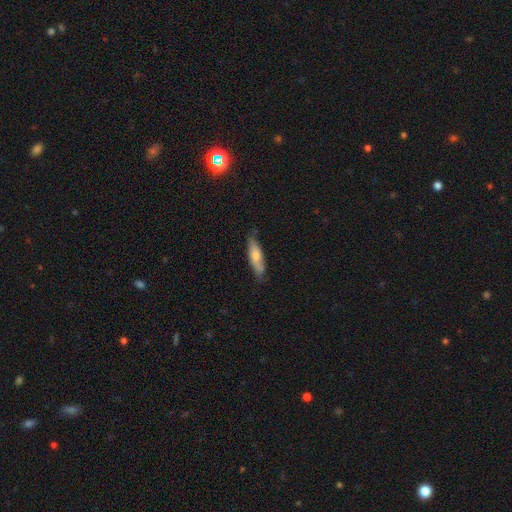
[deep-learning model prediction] smooth_or_featured: smooth (p=0.65) [alt: featured or disk p=0.30]
how_rounded: cigar-shaped (p=0.64) [alt: in between p=0.35]
merging: none (p=0.74) [alt: minor disturbance p=0.21]